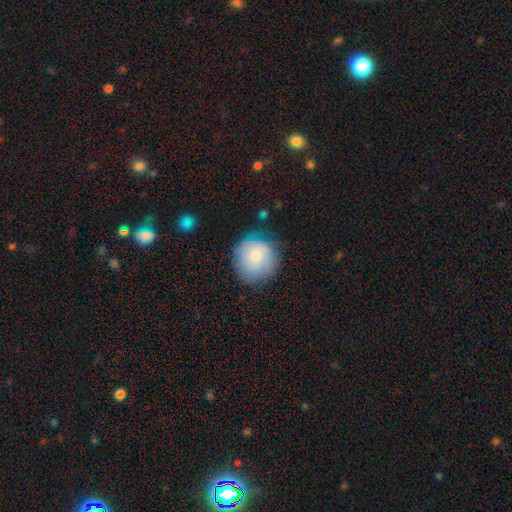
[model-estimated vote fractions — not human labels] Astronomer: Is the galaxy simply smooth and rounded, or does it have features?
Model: smooth — 72%.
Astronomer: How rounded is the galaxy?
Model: round — 90%.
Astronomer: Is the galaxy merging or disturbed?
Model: none — 66%.